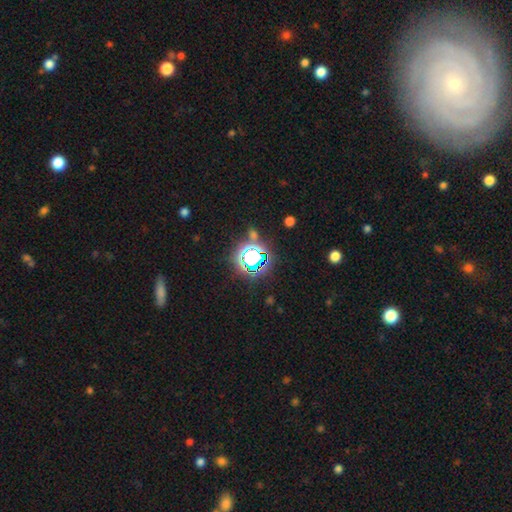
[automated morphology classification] type=star or artifact (77%).